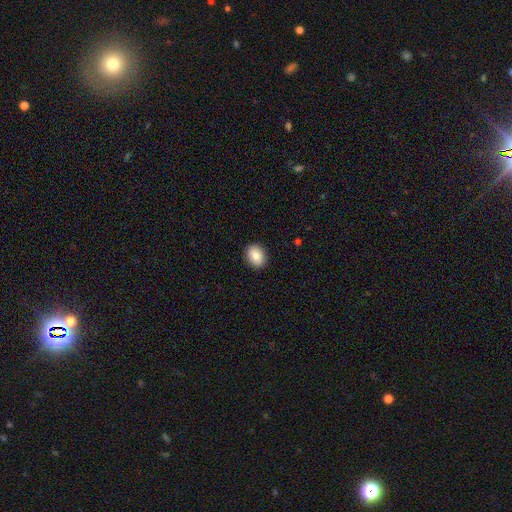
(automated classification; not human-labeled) A smooth galaxy with no disk features (82%) that is in between round and cigar-shaped (56%).

Vote fractions:
- Smooth or featured? smooth: 82% / featured or disk: 10% / star or artifact: 8%
- How rounded? in between: 56% / round: 43% / cigar-shaped: 1%
- Merging? none: 90% / minor disturbance: 7% / major disturbance: 2% / merger: 1%